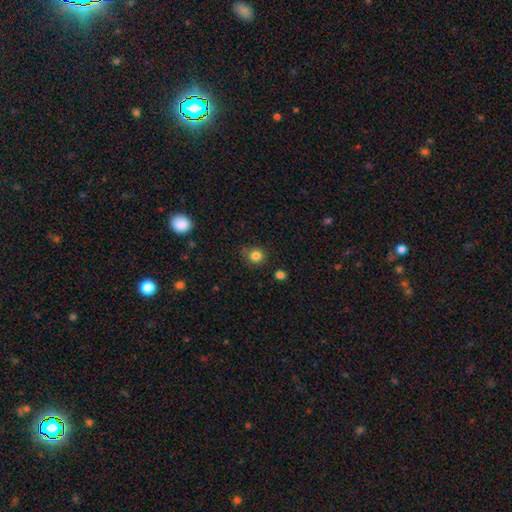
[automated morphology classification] The model was most divided on "merging": none: 74%, minor disturbance: 19%, major disturbance: 4%, merger: 2%. More confident: smooth or featured — smooth (83%); how rounded — round (83%).